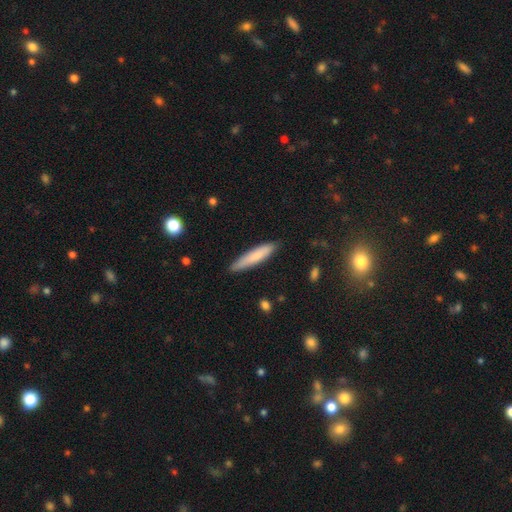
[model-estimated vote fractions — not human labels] smooth-or-featured: smooth: 76% | featured or disk: 18% | star or artifact: 6%
  how-rounded: cigar-shaped: 89% | in between: 10% | round: 1%
  merging: none: 85% | minor disturbance: 12% | major disturbance: 2% | merger: 1%